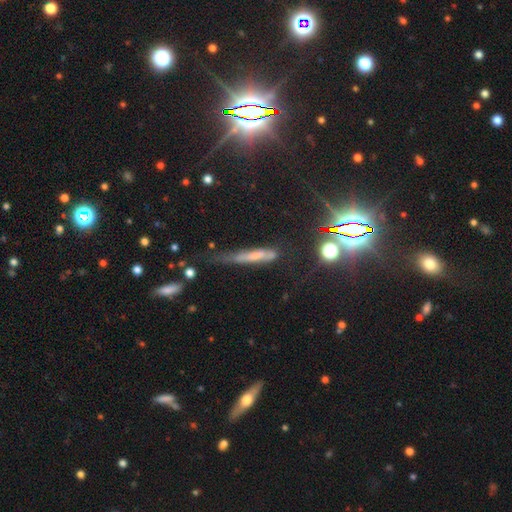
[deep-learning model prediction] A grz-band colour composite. It shows a smooth galaxy with no disk features (51%) that is cigar-shaped (87%). Merging: none (38%).